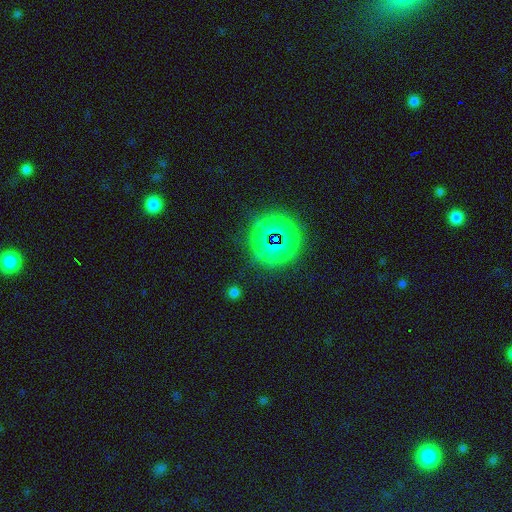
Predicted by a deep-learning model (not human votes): This appears to be a star or artifact, not a galaxy (79%).